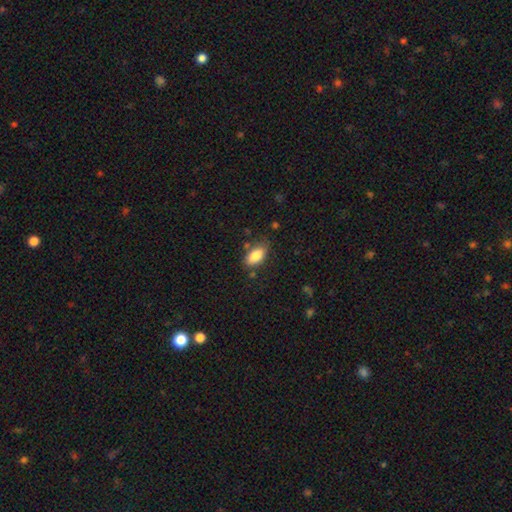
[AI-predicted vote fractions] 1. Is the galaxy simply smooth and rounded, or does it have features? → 83% smooth, 10% featured or disk, 7% star or artifact.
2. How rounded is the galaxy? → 89% in between, 7% cigar-shaped, 4% round.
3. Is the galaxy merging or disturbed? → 74% none, 18% minor disturbance, 4% major disturbance, 3% merger.